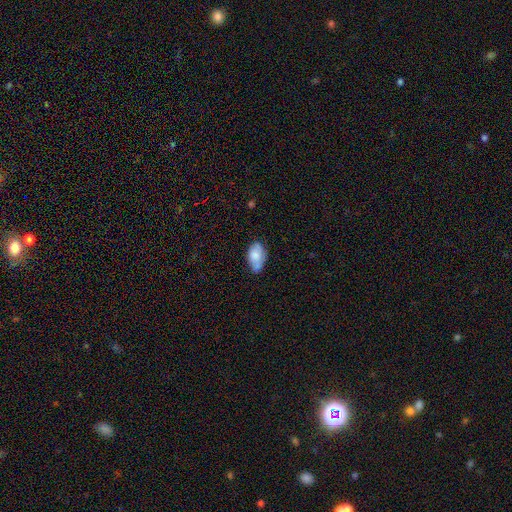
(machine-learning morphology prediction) Smooth or featured? smooth (75%)
How rounded? in between (92%)
Merging? none (46%)